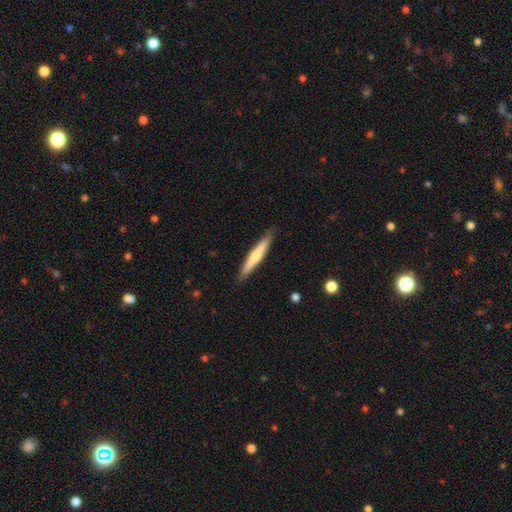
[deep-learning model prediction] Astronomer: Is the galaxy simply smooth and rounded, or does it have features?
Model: smooth — 53% (runner-up: featured or disk, 42%).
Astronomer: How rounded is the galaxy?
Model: cigar-shaped — 94%.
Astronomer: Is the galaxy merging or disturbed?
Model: none — 89%.